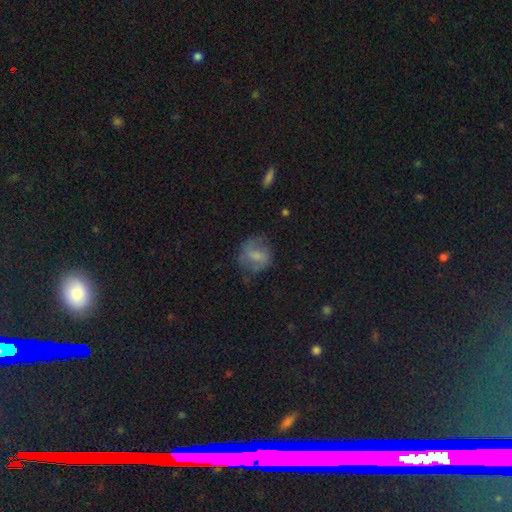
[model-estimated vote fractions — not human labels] Smooth or featured: smooth — 54% (featured or disk — 37%)
How rounded: round — 67% (in between — 31%)
Merging: none — 55% (minor disturbance — 27%)